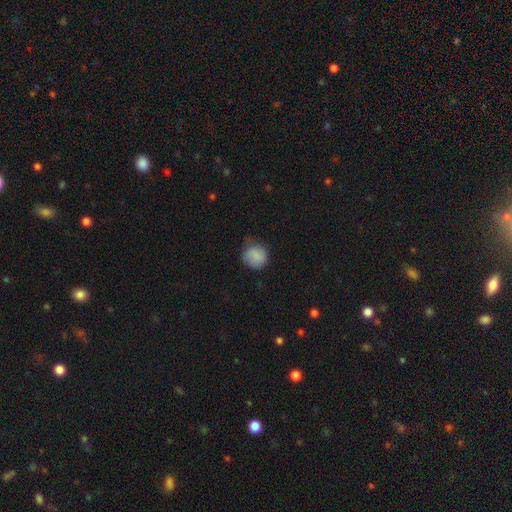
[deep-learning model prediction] Q: Smooth or featured?
A: smooth (83%); runner-up: featured or disk (9%)
Q: How rounded?
A: round (83%); runner-up: in between (16%)
Q: Merging?
A: none (58%); runner-up: minor disturbance (31%)